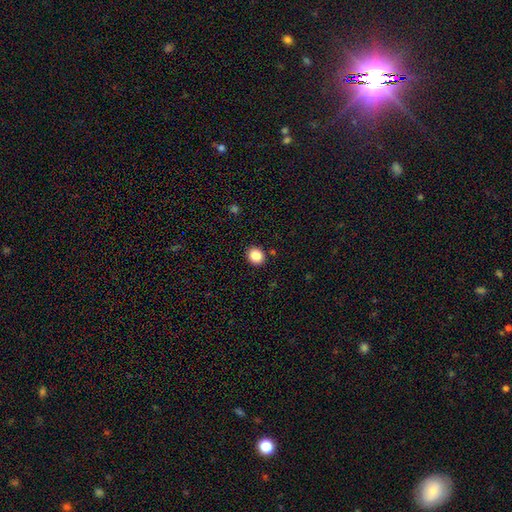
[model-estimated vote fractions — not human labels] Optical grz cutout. It shows a smooth galaxy with no disk features (86%) that is round (71%). Merging: none (90%).